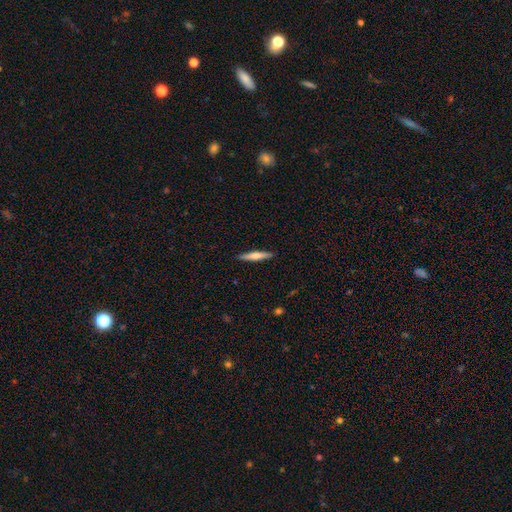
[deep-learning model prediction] The model was most divided on "smooth or featured": smooth: 57%, featured or disk: 38%, star or artifact: 5%. More confident: merging — none (91%); how rounded — cigar-shaped (91%).